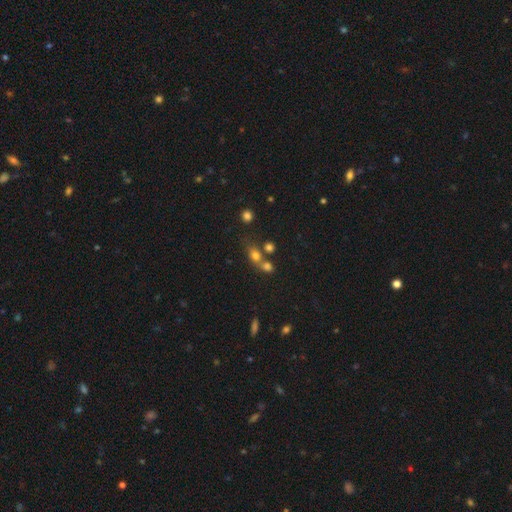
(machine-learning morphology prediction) smooth 67%, star or artifact 19%, featured or disk 14%. Down the decision tree: how rounded — in between (48%); merging — merger (43%).